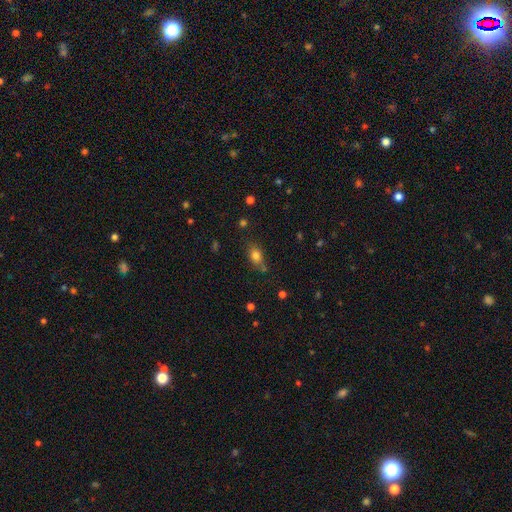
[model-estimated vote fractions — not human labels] Smooth or featured? Predicted: smooth (p=0.77). How rounded? Predicted: in between (p=0.68). Merging? Predicted: none (p=0.64).